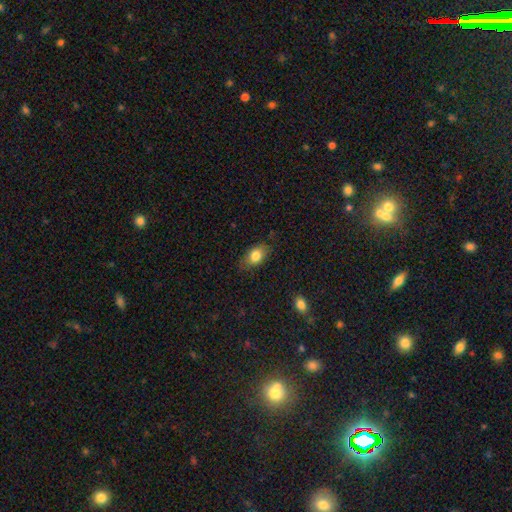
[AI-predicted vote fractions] Morphology: type=smooth (81%); roundness=in between (84%); merging=none (77%).